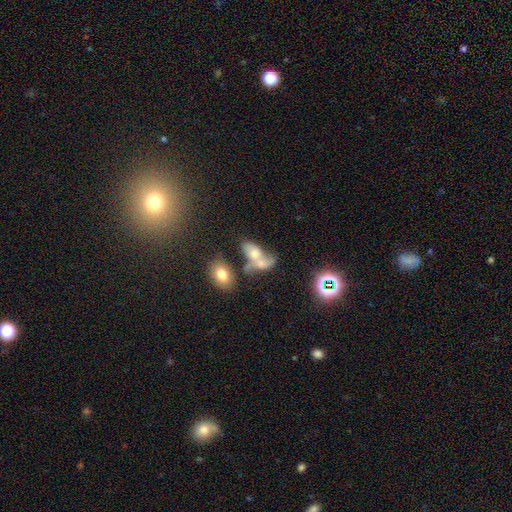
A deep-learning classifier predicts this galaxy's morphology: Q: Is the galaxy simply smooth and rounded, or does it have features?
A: smooth — 51%.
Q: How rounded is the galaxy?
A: in between — 84%.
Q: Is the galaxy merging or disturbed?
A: merger — 59%.